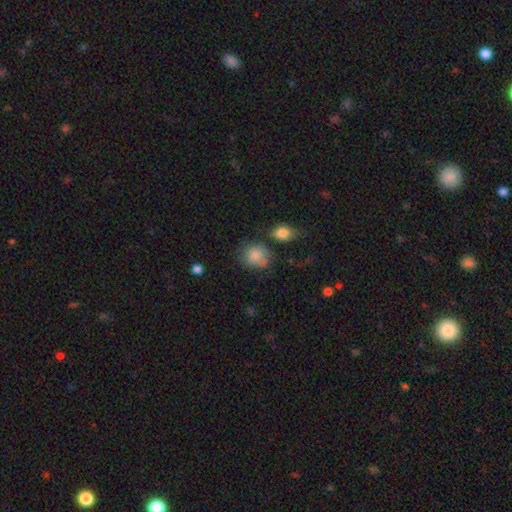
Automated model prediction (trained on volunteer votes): Morphology: type=smooth (82%); roundness=round (69%); merging=none (56%).